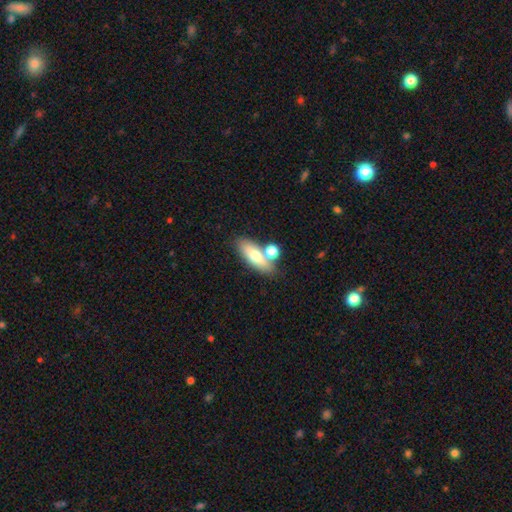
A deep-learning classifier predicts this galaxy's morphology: smooth-or-featured: smooth: 63% | featured or disk: 29% | star or artifact: 8%
  how-rounded: in between: 66% | cigar-shaped: 28% | round: 7%
  merging: none: 59% | merger: 25% | minor disturbance: 12% | major disturbance: 4%